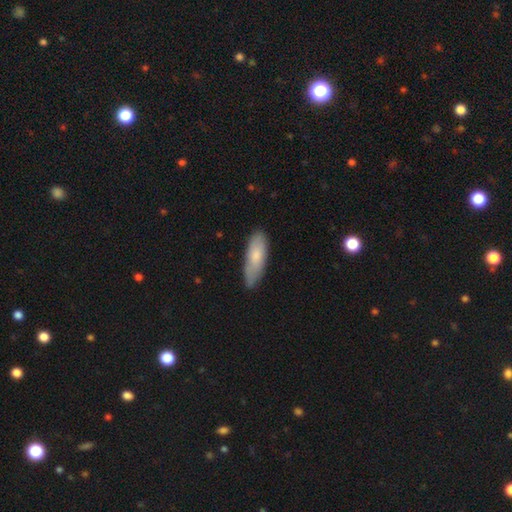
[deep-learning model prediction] Overall: smooth (76%). How rounded: in between (56%; cigar-shaped 43%). Merging: none (75%).